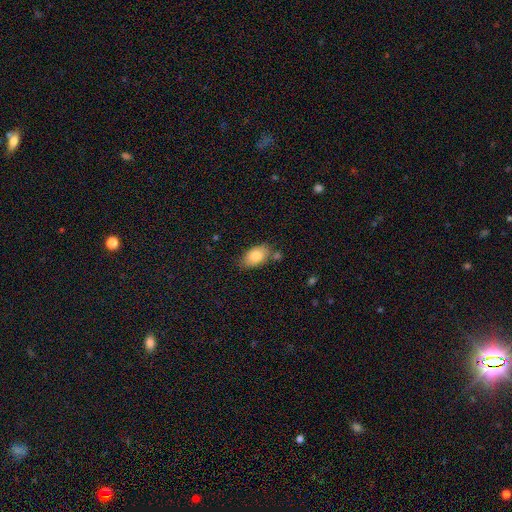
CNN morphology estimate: smooth 82%, featured or disk 11%, star or artifact 7%. Down the decision tree: how rounded — in between (92%); merging — none (70%).